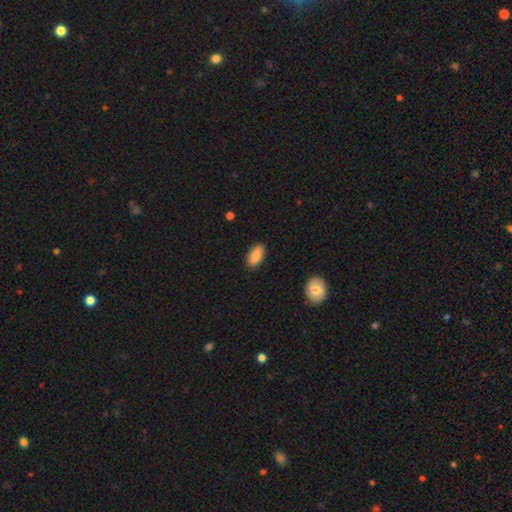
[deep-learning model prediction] A smooth galaxy with no disk features (88%) that is in between round and cigar-shaped (92%).

Vote fractions:
- Smooth or featured? smooth: 88% / star or artifact: 6% / featured or disk: 5%
- How rounded? in between: 92% / cigar-shaped: 6% / round: 2%
- Merging? none: 87% / minor disturbance: 10% / major disturbance: 2% / merger: 1%